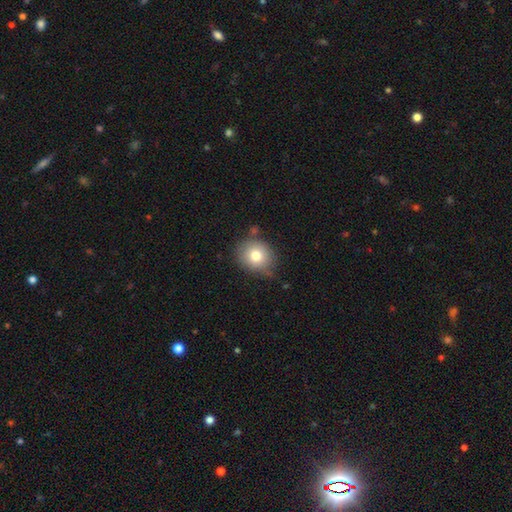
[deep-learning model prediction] smooth 78%, featured or disk 12%, star or artifact 10%. Down the decision tree: how rounded — round (75%); merging — none (71%).